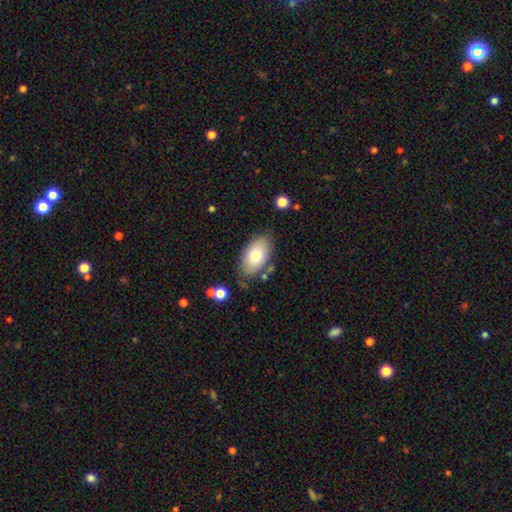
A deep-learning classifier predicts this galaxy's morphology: Smooth or featured?
  - smooth: 75% *
  - featured or disk: 18%
  - star or artifact: 7%
How rounded?
  - in between: 93% *
  - round: 5%
  - cigar-shaped: 2%
Merging?
  - none: 78% *
  - minor disturbance: 15%
  - merger: 4%
  - major disturbance: 4%